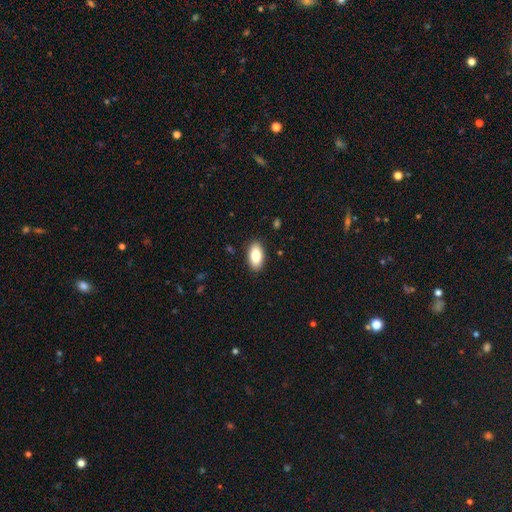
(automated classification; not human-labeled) A smooth galaxy with no disk features (82%) that is in between round and cigar-shaped (93%). Merging: none (89%).